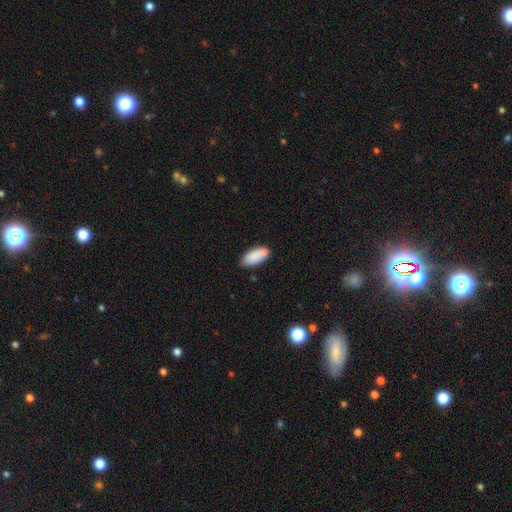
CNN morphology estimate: Overall: smooth (87%). How rounded: in between (87%). Merging: none (71%).